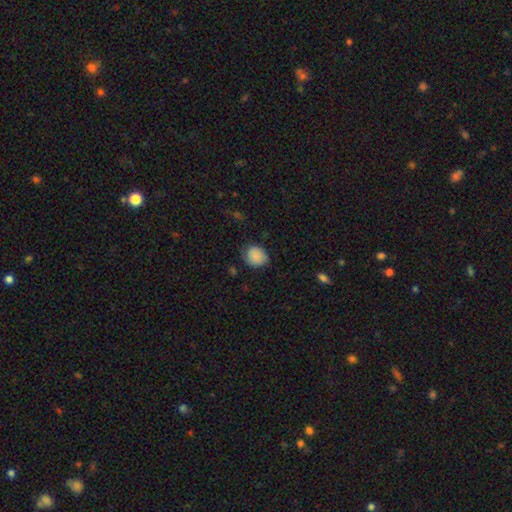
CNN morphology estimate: Overall: smooth (87%). How rounded: round (70%). Merging: none (74%).